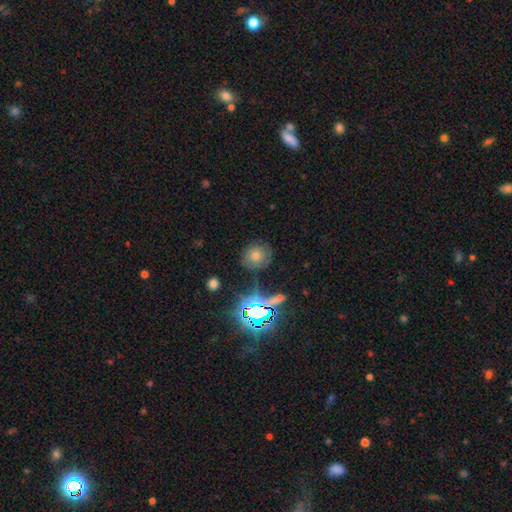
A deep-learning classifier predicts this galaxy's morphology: The model was most divided on "smooth or featured": smooth: 44%, star or artifact: 34%, featured or disk: 22%. More confident: merging — none (77%).